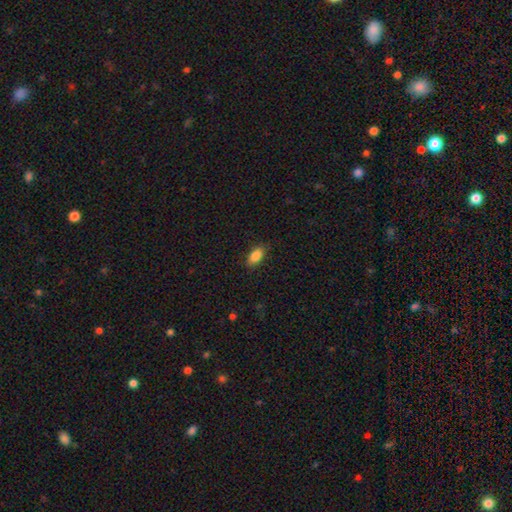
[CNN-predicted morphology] smooth-or-featured: smooth: 87% | star or artifact: 8% | featured or disk: 5%
  how-rounded: in between: 89% | cigar-shaped: 7% | round: 4%
  merging: none: 85% | minor disturbance: 11% | major disturbance: 3% | merger: 1%